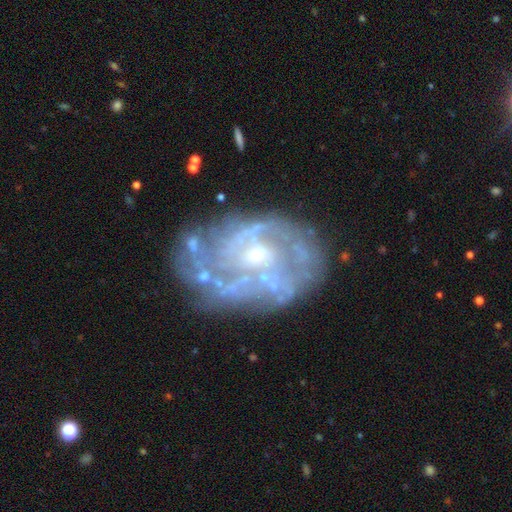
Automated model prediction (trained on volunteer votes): Overall: featured or disk (84%). Edge-on disk: no (97%). Bar: no (62%; weak 31%). Spiral arms: yes (77%). Spiral arm count: can't tell (47%; 2 21%). Spiral winding: tight (50%; medium 35%). Bulge size: small (56%; moderate 35%). Merging: none (63%).